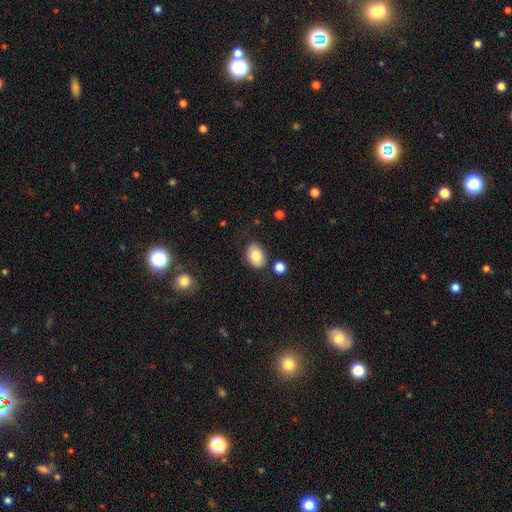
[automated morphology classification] This is clearly a smooth galaxy (81%). How rounded: likely in between (75%). Merging: likely none (79%).